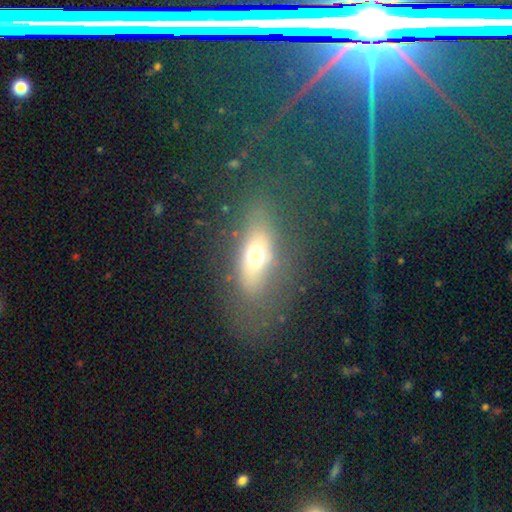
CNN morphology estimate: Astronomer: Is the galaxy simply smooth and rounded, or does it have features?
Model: smooth — 56%.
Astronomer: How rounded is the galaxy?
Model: in between — 68%.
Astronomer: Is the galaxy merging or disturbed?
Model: none — 64%.